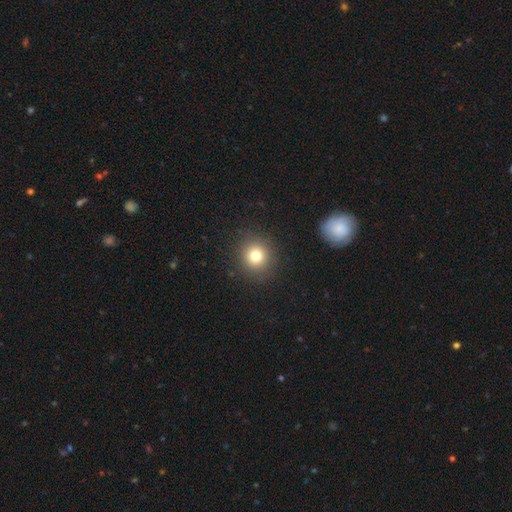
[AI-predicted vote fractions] A smooth galaxy with no disk features (78%) that is round (91%). Merging: none (90%).